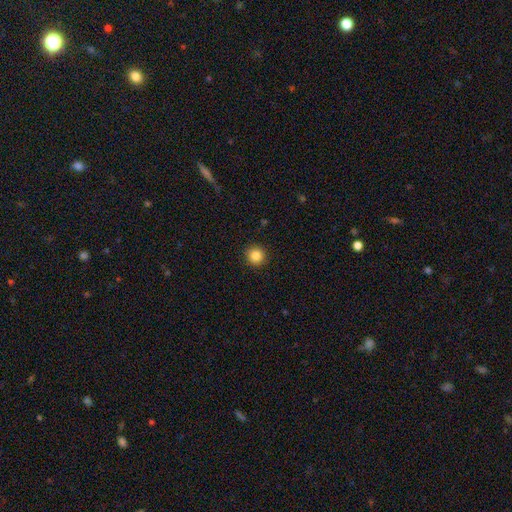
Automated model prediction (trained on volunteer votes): A smooth galaxy with no disk features (85%) that is round (95%).

Vote fractions:
- Smooth or featured? smooth: 85% / star or artifact: 11% / featured or disk: 5%
- How rounded? round: 95% / in between: 4% / cigar-shaped: 1%
- Merging? none: 93% / minor disturbance: 5% / major disturbance: 2% / merger: 1%